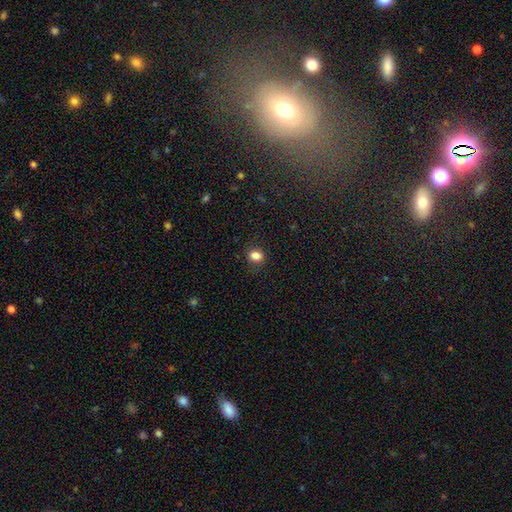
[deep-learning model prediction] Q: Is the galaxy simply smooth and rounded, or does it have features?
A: smooth — 84%.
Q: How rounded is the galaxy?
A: round — 52%.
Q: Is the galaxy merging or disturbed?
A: none — 84%.